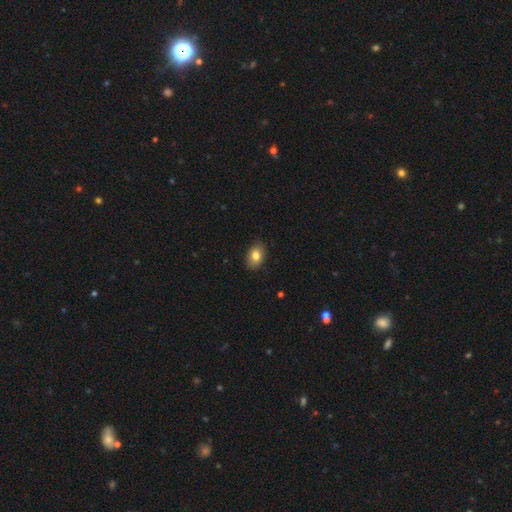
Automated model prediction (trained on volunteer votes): Morphology: type=smooth (81%); roundness=in between (82%); merging=none (85%).